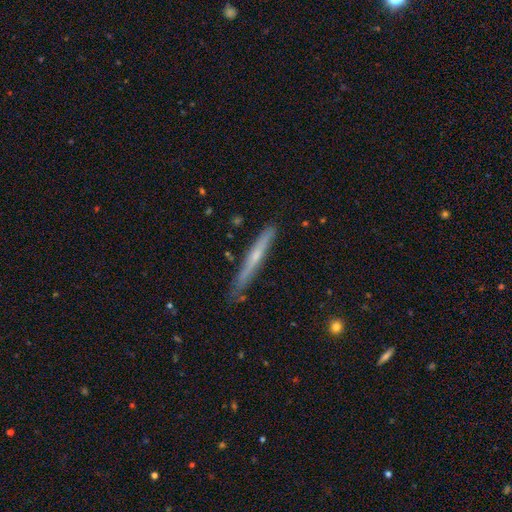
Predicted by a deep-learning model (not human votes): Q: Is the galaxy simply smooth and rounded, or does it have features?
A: featured or disk — 57%.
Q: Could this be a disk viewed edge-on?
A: yes — 95%.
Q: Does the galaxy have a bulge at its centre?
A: rounded — 57%.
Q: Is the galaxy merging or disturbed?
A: none — 80%.